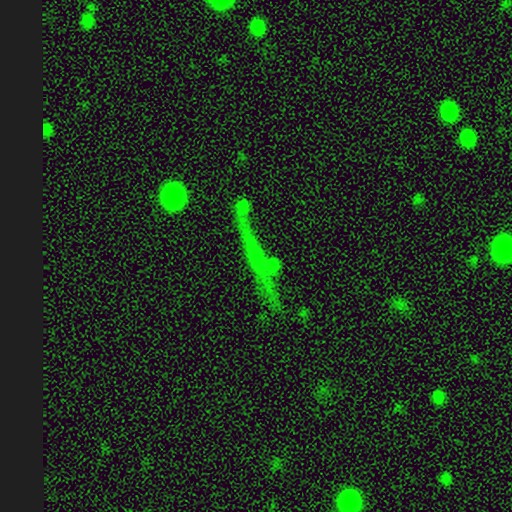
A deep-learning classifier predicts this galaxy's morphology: smooth_or_featured: featured or disk (p=0.37) [alt: star or artifact p=0.34]
merging: none (p=0.67) [alt: minor disturbance p=0.13]